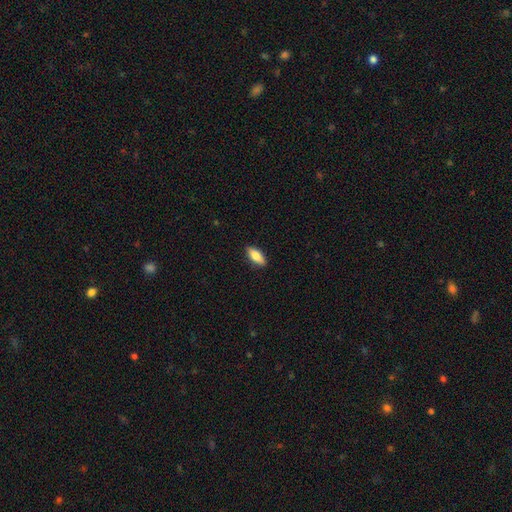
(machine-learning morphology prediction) Smooth or featured? Predicted: smooth (p=0.78). How rounded? Predicted: in between (p=0.76). Merging? Predicted: none (p=0.89).